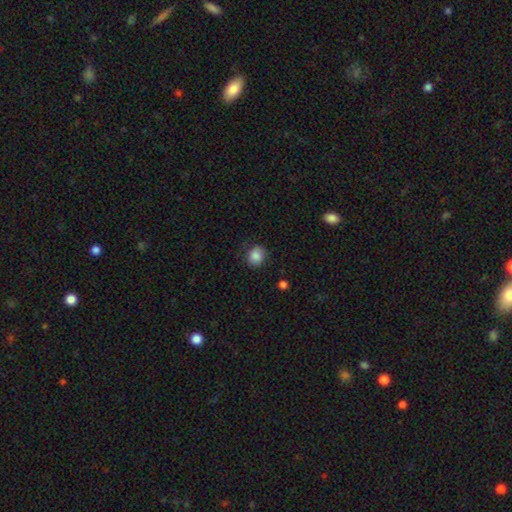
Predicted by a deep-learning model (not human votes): This is clearly a smooth galaxy (86%). How rounded: likely round (77%). Merging: likely none (79%).